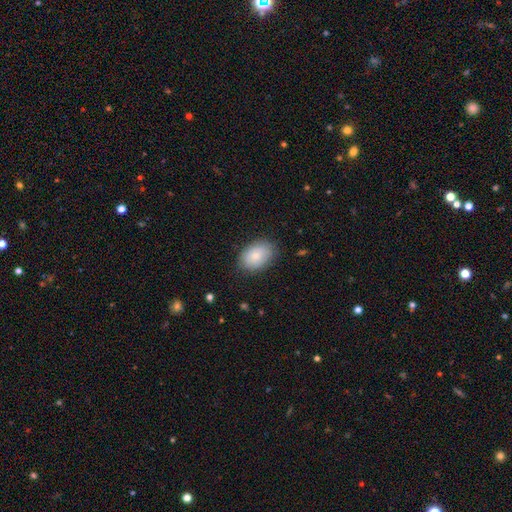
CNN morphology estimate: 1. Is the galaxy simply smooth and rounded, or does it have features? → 82% smooth, 11% featured or disk, 7% star or artifact.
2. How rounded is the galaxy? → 84% in between, 15% round, 1% cigar-shaped.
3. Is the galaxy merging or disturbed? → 82% none, 14% minor disturbance, 3% major disturbance, 1% merger.